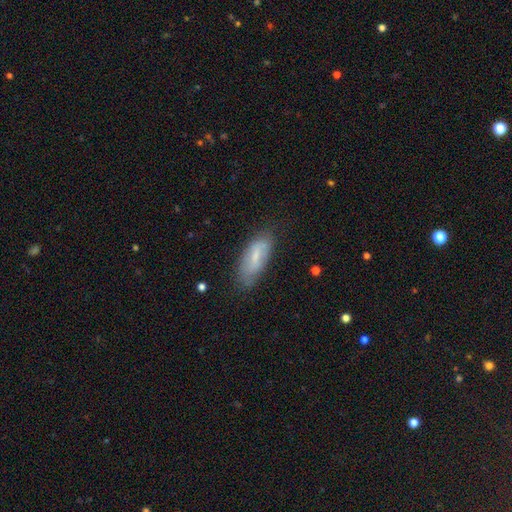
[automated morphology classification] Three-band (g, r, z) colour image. It shows a smooth galaxy with no disk features (53%) that is in between round and cigar-shaped (71%). Merging: none (70%).